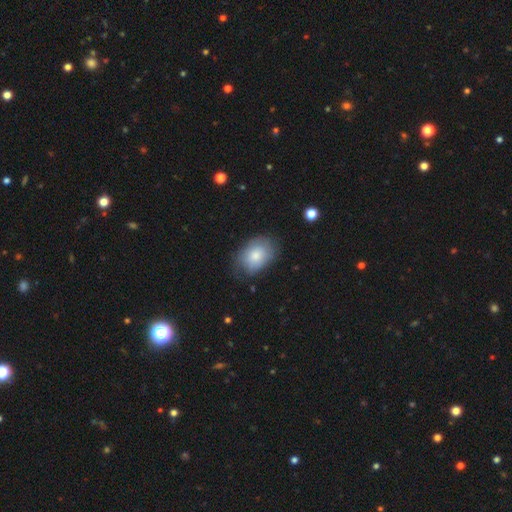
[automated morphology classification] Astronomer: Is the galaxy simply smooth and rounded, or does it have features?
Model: smooth — 78%.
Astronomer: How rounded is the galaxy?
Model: in between — 81%.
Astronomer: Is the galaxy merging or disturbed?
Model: none — 67%.